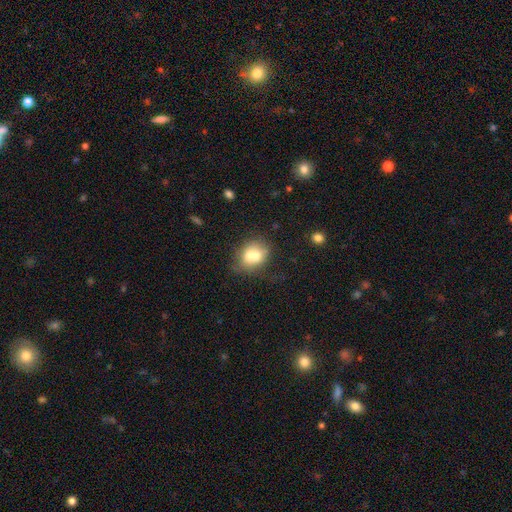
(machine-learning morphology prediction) Smooth or featured: smooth — 67% (featured or disk — 24%)
How rounded: round — 56% (in between — 43%)
Merging: merger — 45% (none — 37%)